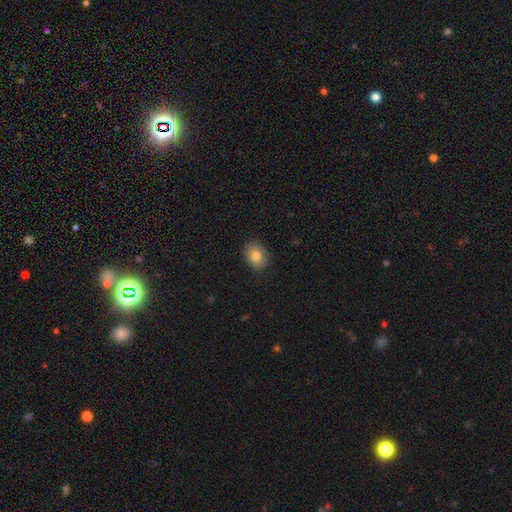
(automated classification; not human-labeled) Smooth or featured?
  - smooth: 82% *
  - featured or disk: 9%
  - star or artifact: 9%
How rounded?
  - in between: 59% *
  - round: 40%
  - cigar-shaped: 1%
Merging?
  - none: 85% *
  - minor disturbance: 12%
  - major disturbance: 2%
  - merger: 1%